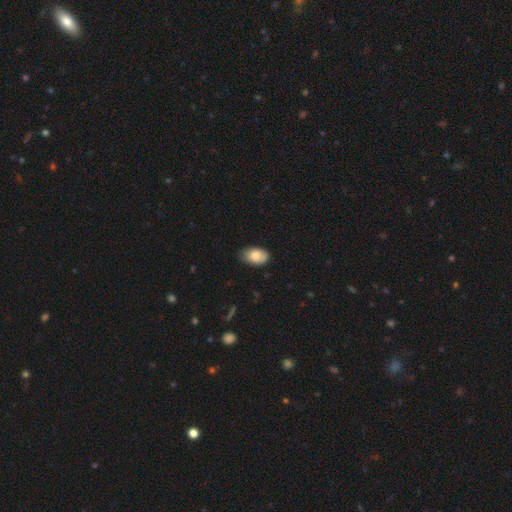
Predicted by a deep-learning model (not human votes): This is likely a smooth galaxy (77%). How rounded: clearly in between (91%). Merging: likely none (74%).